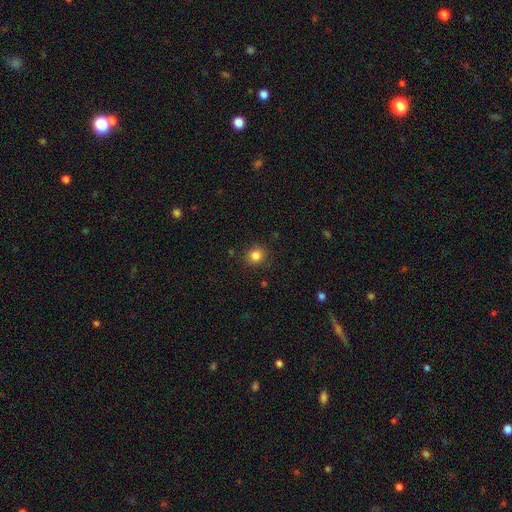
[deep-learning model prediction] Smooth or featured? Predicted: smooth (p=0.84). How rounded? Predicted: round (p=0.86). Merging? Predicted: none (p=0.89).